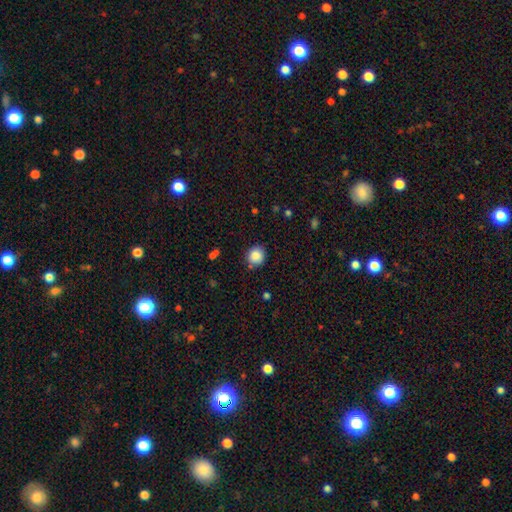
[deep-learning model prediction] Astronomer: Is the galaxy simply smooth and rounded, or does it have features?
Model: smooth — 86%.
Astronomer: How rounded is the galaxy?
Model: round — 87%.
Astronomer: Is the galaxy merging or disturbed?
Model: none — 84%.